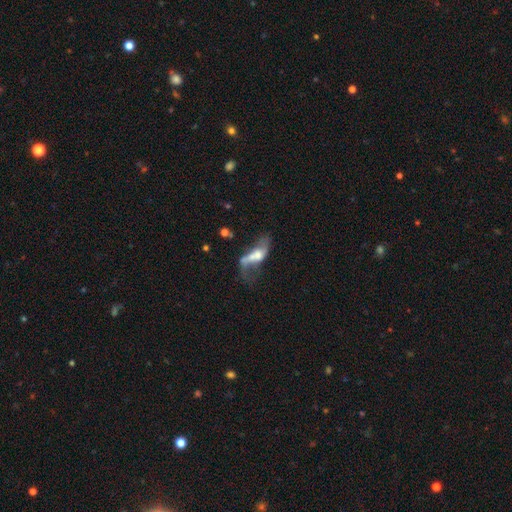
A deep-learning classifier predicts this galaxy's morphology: type=featured or disk (60%); edge-on=no (86%); bar=no (58%); spiral arms=yes (57%); bulge=moderate (45%); merging=major disturbance (36%).